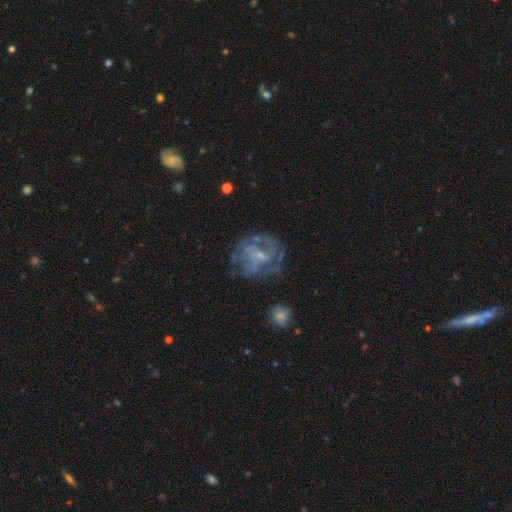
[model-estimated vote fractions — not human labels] Overall: featured or disk (76%). Edge-on disk: no (98%). Bar: no (47%; weak 43%). Spiral arms: yes (75%). Spiral arm count: can't tell (42%; 3 20%). Spiral winding: tight (43%; medium 40%). Bulge size: small (54%; none 23%). Merging: none (61%).